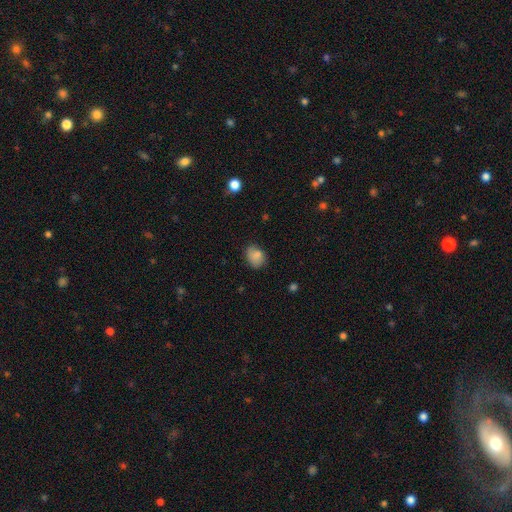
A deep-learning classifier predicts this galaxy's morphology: The model was most divided on "how rounded": in between: 59%, round: 40%, cigar-shaped: 1%. More confident: smooth or featured — smooth (84%); merging — none (71%).